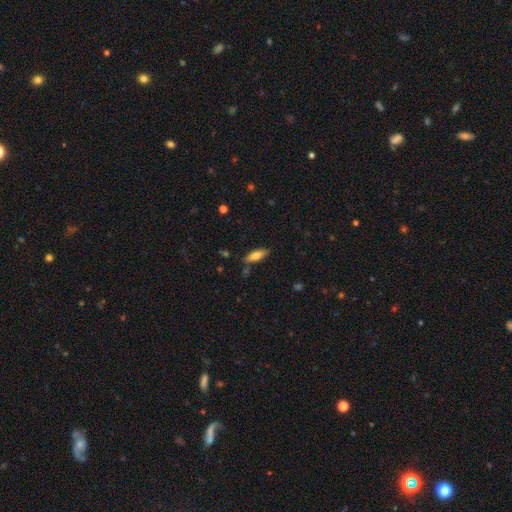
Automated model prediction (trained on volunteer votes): The model was most divided on "how rounded": in between: 57%, cigar-shaped: 41%, round: 2%. More confident: merging — none (79%); smooth or featured — smooth (74%).